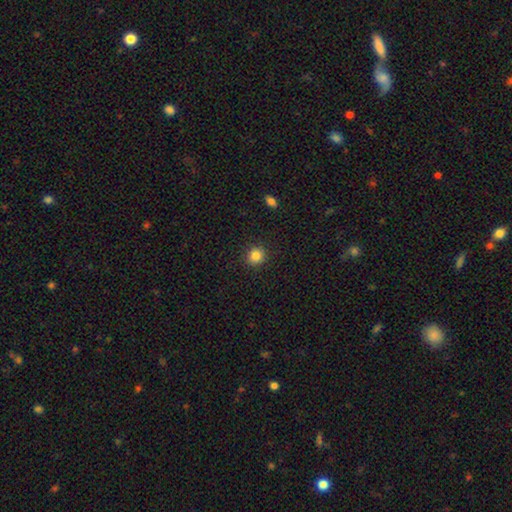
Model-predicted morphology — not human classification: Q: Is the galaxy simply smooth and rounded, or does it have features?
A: smooth — 85%.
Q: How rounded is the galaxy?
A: round — 90%.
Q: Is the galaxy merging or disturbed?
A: none — 91%.